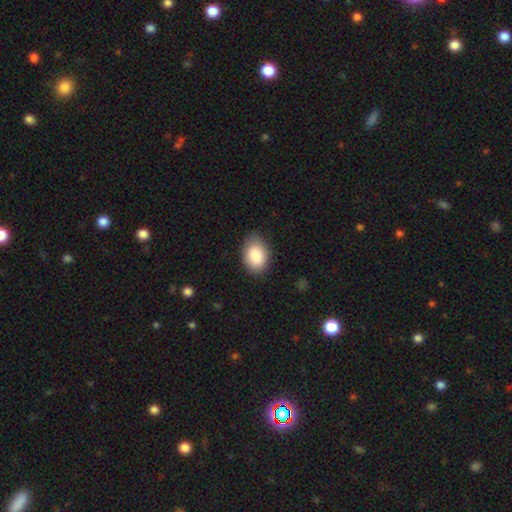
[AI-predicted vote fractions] Overall: smooth (88%). How rounded: in between (86%). Merging: none (81%).